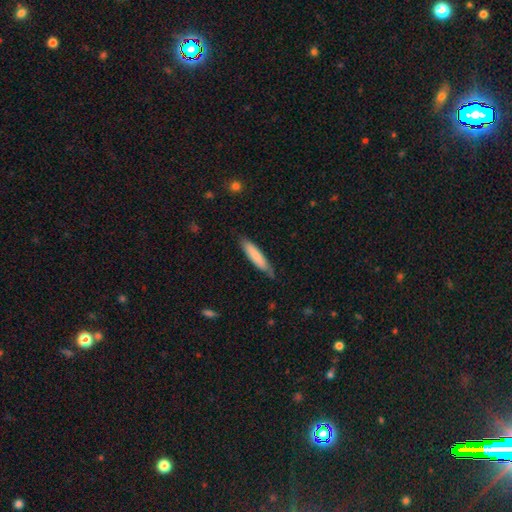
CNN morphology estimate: Smooth or featured? smooth (78%)
How rounded? cigar-shaped (84%)
Merging? none (76%)